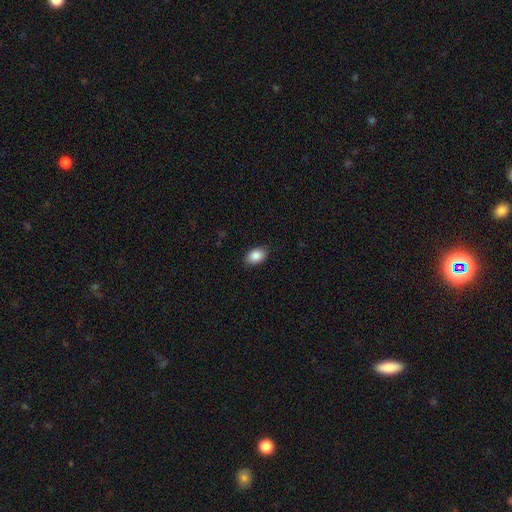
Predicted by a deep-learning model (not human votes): Overall: smooth (88%). How rounded: in between (85%). Merging: none (88%).